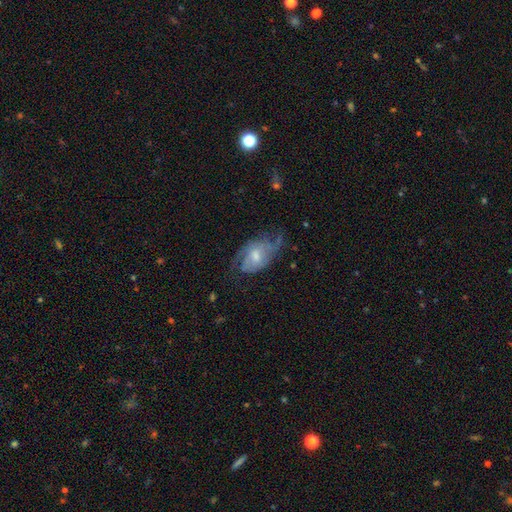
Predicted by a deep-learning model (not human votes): Smooth or featured? featured or disk (76%)
Edge-on disk? no (96%)
Bar? no (53%)
Spiral arms? yes (91%)
Spiral winding? medium (43%)
Spiral arm count? 2 (53%)
Bulge size? moderate (57%)
Merging? none (53%)